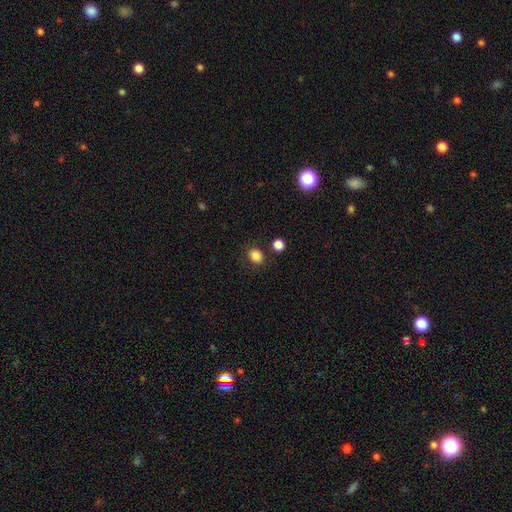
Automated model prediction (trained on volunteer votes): This appears to be a smooth galaxy with no disk features (85%) that is round (58%). Merging: none (81%).